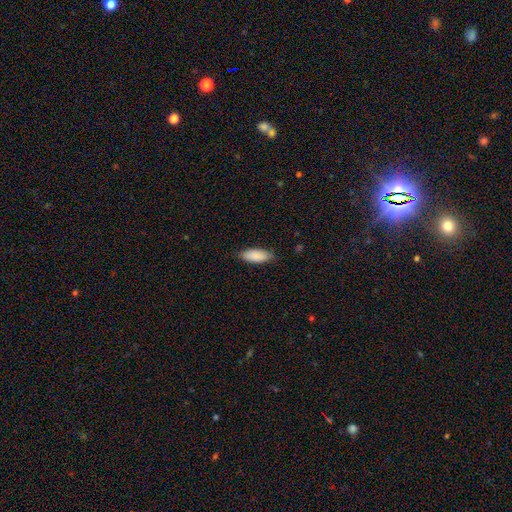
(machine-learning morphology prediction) A smooth galaxy with no disk features (89%) that is in between round and cigar-shaped (79%).

Vote fractions:
- Smooth or featured? smooth: 89% / star or artifact: 6% / featured or disk: 5%
- How rounded? in between: 79% / cigar-shaped: 20% / round: 2%
- Merging? none: 82% / minor disturbance: 14% / major disturbance: 2% / merger: 1%